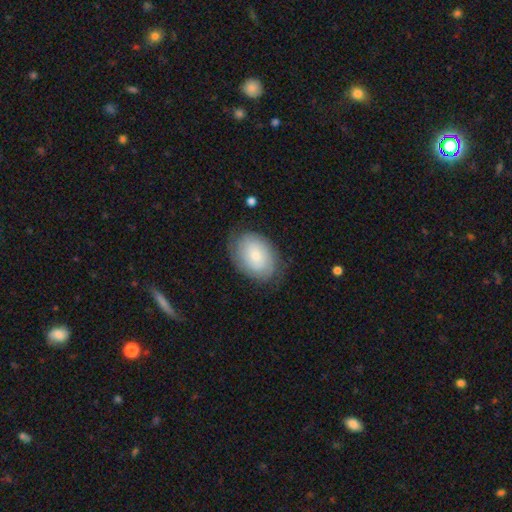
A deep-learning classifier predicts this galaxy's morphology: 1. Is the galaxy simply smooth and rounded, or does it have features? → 51% smooth, 41% featured or disk, 7% star or artifact.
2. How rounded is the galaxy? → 79% in between, 20% round, 1% cigar-shaped.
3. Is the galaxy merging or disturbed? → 74% none, 18% minor disturbance, 6% major disturbance, 1% merger.